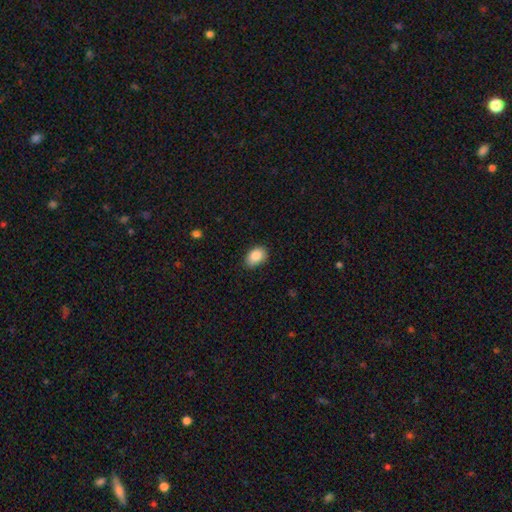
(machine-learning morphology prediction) Smooth or featured?
  - smooth: 87% *
  - star or artifact: 8%
  - featured or disk: 6%
How rounded?
  - in between: 83% *
  - round: 16%
  - cigar-shaped: 1%
Merging?
  - none: 85% *
  - minor disturbance: 12%
  - major disturbance: 2%
  - merger: 1%